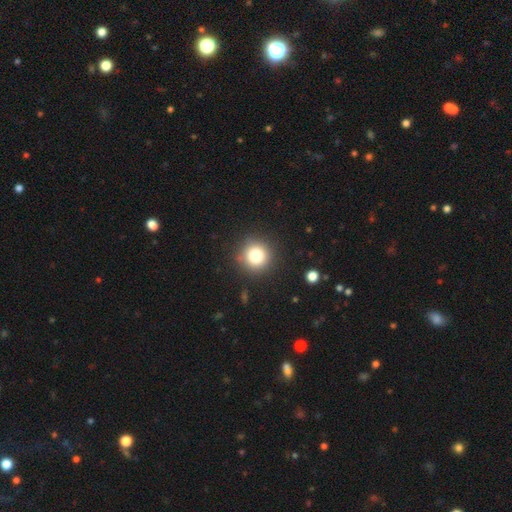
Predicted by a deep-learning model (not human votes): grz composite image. It shows a smooth galaxy with no disk features (78%) that is round (95%). Merging: none (89%).